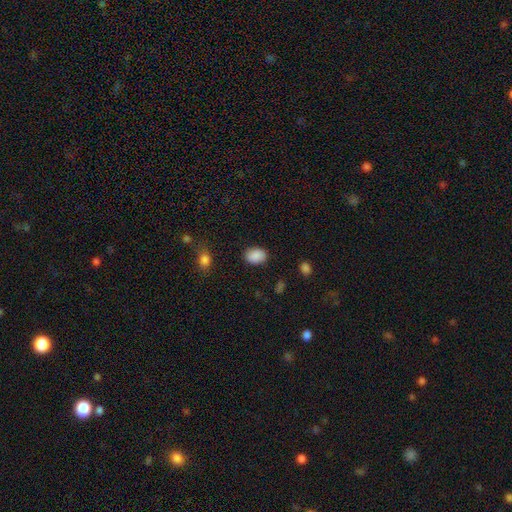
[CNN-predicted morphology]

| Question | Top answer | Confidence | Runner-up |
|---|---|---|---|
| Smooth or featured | smooth | 89% | star or artifact (7%) |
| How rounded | in between | 72% | round (27%) |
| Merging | none | 86% | minor disturbance (10%) |